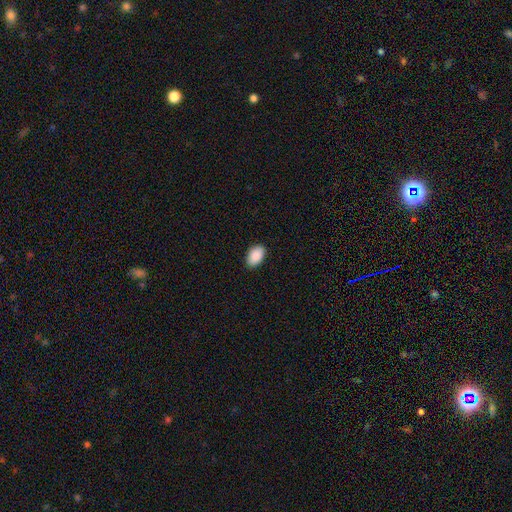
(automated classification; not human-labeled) Smooth or featured? Predicted: smooth (p=0.91). How rounded? Predicted: in between (p=0.93). Merging? Predicted: none (p=0.89).